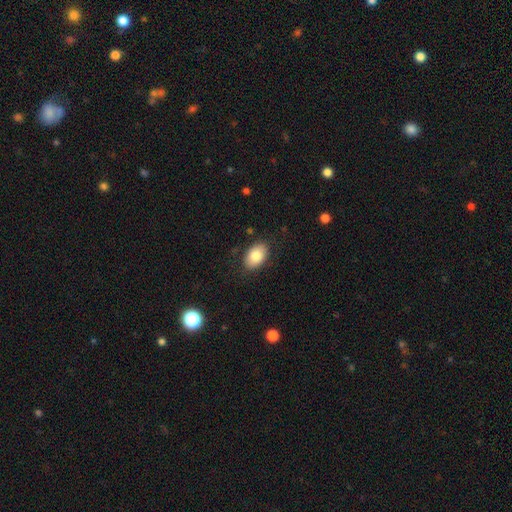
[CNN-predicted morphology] This is clearly a smooth galaxy (82%). How rounded: clearly in between (89%). Merging: clearly none (84%).